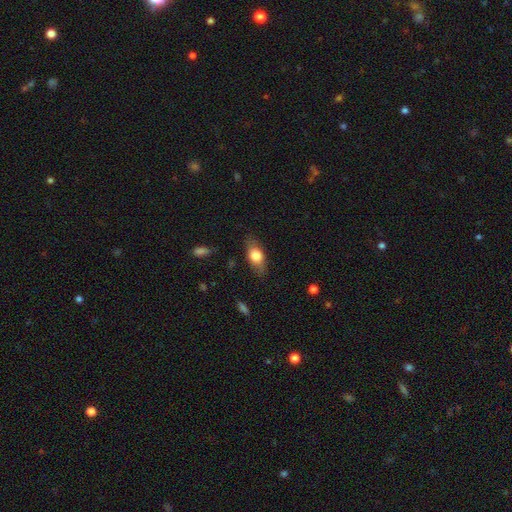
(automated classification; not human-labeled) This appears to be a smooth galaxy with no disk features (72%) that is in between round and cigar-shaped (82%). Merging: none (78%).